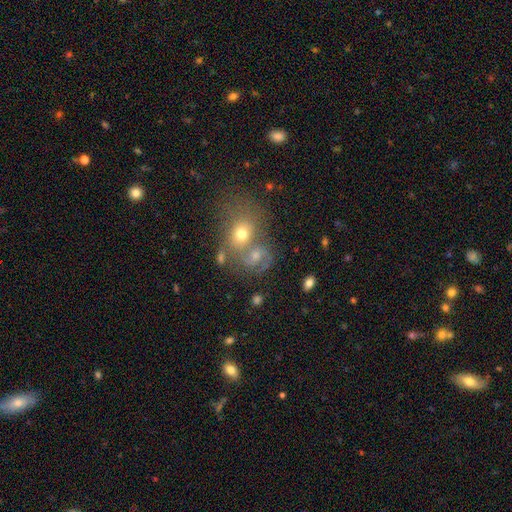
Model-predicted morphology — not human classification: Q: Smooth or featured?
A: featured or disk (54%); runner-up: smooth (32%)
Q: Edge-on disk?
A: no (97%); runner-up: yes (3%)
Q: Bar?
A: no (71%); runner-up: weak (24%)
Q: Spiral arms?
A: yes (76%); runner-up: no (24%)
Q: Bulge size?
A: moderate (55%); runner-up: small (32%)
Q: Merging?
A: merger (50%); runner-up: none (31%)